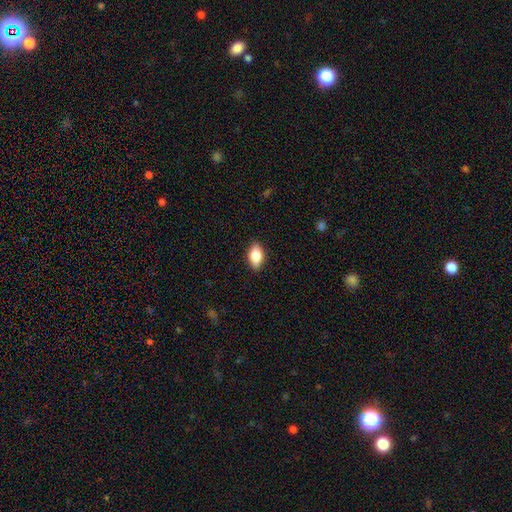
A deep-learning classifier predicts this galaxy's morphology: This is likely a smooth galaxy (79%). How rounded: clearly in between (88%). Merging: clearly none (87%).